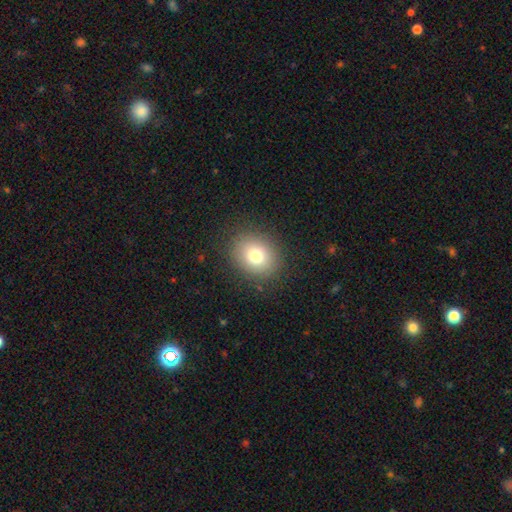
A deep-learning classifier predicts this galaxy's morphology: The model was most divided on "how rounded": round: 60%, in between: 39%, cigar-shaped: 1%. More confident: merging — none (86%); smooth or featured — smooth (77%).